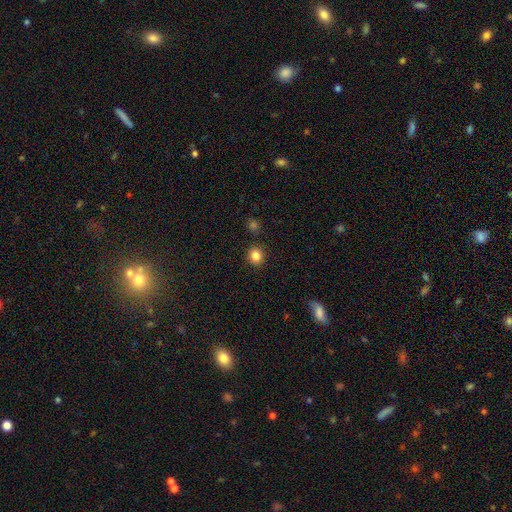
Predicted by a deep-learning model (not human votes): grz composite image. It shows a smooth galaxy with no disk features (84%) that is round (82%). Merging: none (89%).